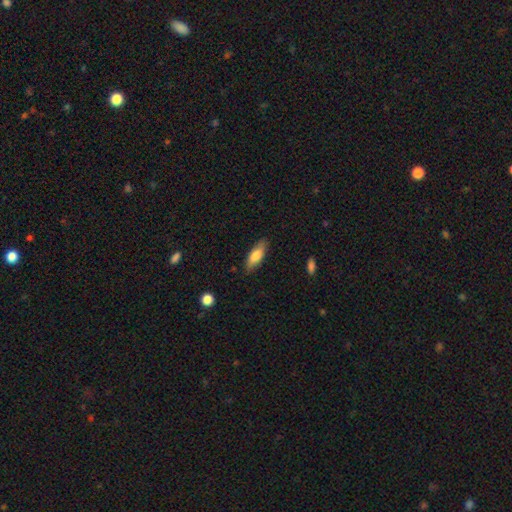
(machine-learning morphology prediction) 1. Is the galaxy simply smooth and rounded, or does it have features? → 74% smooth, 20% featured or disk, 6% star or artifact.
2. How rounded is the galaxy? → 62% in between, 36% cigar-shaped, 2% round.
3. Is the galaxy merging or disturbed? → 84% none, 12% minor disturbance, 2% major disturbance, 1% merger.